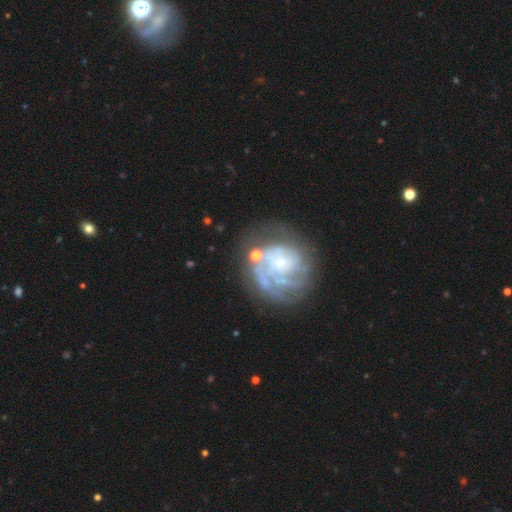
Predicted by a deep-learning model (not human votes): Smooth or featured? Predicted: featured or disk (p=0.71). Edge-on disk? Predicted: no (p=0.98). Bar? Predicted: no (p=0.73). Spiral arms? Predicted: yes (p=0.67). Bulge size? Predicted: small (p=0.61). Merging? Predicted: none (p=0.49).